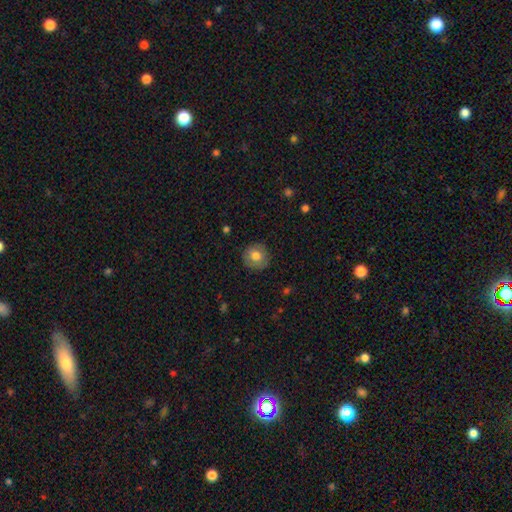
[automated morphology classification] Smooth or featured?
  - smooth: 76% *
  - featured or disk: 16%
  - star or artifact: 8%
How rounded?
  - round: 92% *
  - in between: 7%
  - cigar-shaped: 1%
Merging?
  - none: 87% *
  - minor disturbance: 10%
  - major disturbance: 2%
  - merger: 1%